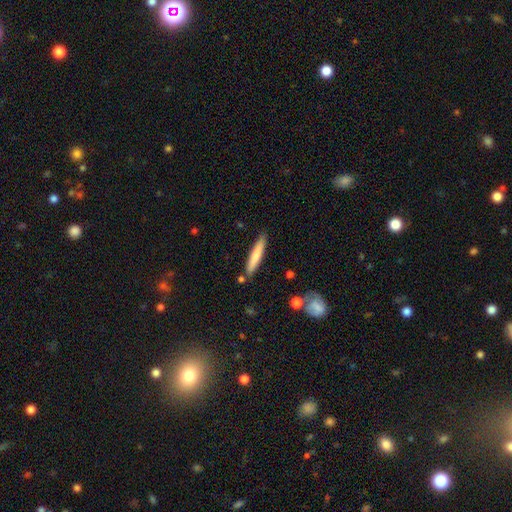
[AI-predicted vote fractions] The model was most divided on "smooth or featured": smooth: 73%, featured or disk: 22%, star or artifact: 5%. More confident: how rounded — cigar-shaped (91%); merging — none (84%).